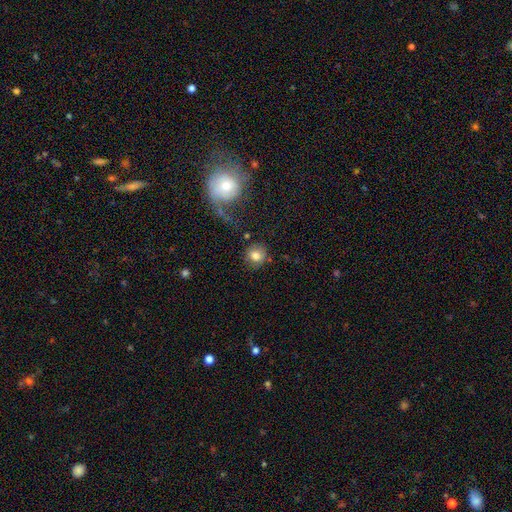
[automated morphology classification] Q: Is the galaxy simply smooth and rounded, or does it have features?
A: smooth — 79%.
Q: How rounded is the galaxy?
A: round — 86%.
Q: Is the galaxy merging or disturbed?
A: none — 77%.